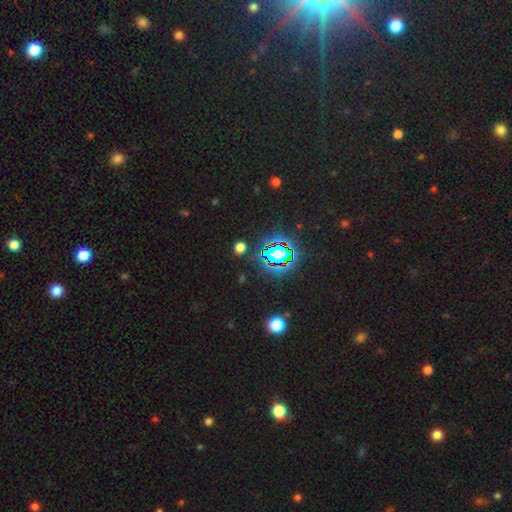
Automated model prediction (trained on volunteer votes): This is likely a star or artifact rather than a galaxy (79%).